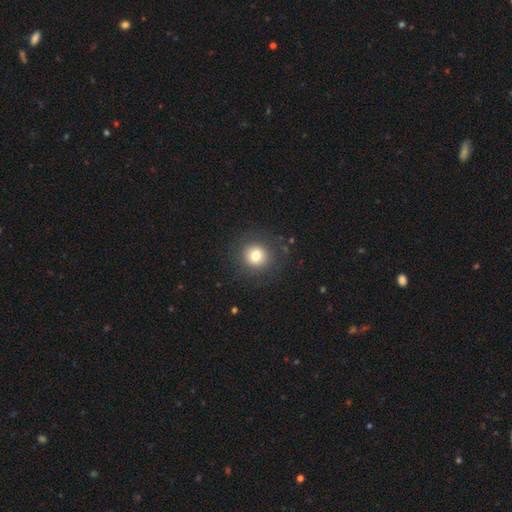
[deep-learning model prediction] Smooth or featured? Predicted: smooth (p=0.76). How rounded? Predicted: round (p=0.92). Merging? Predicted: none (p=0.87).